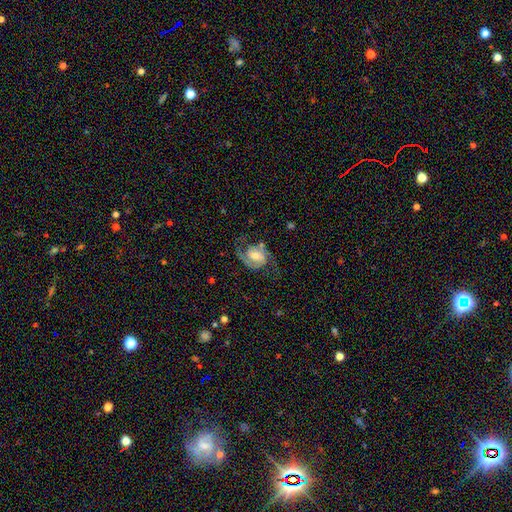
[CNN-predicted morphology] A featured or disk galaxy (84%) with no bar (43%), 2 (88%) medium (52%) spiral arms (96%) and a moderate central bulge (56%).

Vote fractions:
- Smooth or featured? featured or disk: 84% / smooth: 11% / star or artifact: 6%
- Edge-on disk? no: 97% / yes: 3%
- Bar? no: 43% / weak: 42% / strong: 15%
- Spiral arms? yes: 96% / no: 4%
- Spiral winding? medium: 52% / tight: 26% / loose: 21%
- Spiral arm count? 2: 88% / can't tell: 4% / 1: 4% / 3: 2% / 4: 1% / more than 4: 1%
- Bulge size? moderate: 56% / small: 30% / large: 9% / none: 3% / dominant: 1%
- Merging? none: 65% / minor disturbance: 18% / major disturbance: 14% / merger: 3%